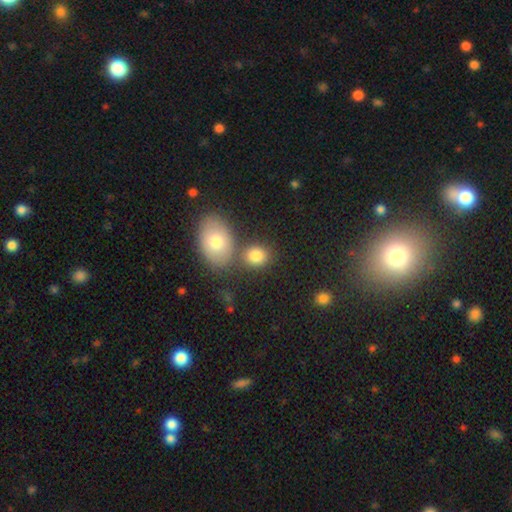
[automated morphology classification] Smooth or featured?
  - smooth: 82% *
  - star or artifact: 10%
  - featured or disk: 9%
How rounded?
  - round: 54% *
  - in between: 45%
  - cigar-shaped: 1%
Merging?
  - none: 61% *
  - merger: 24%
  - minor disturbance: 11%
  - major disturbance: 4%